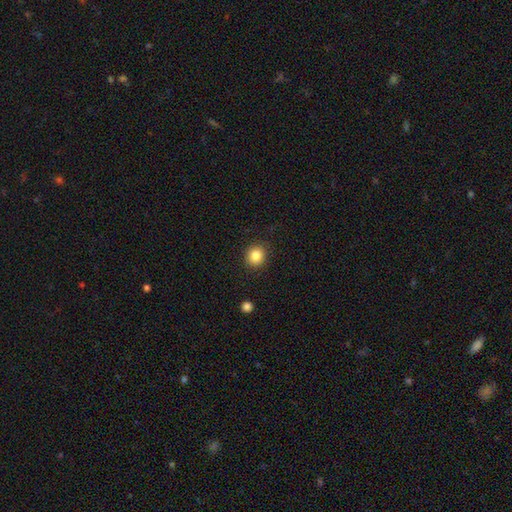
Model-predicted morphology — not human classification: Smooth or featured? smooth (85%)
How rounded? round (86%)
Merging? none (90%)